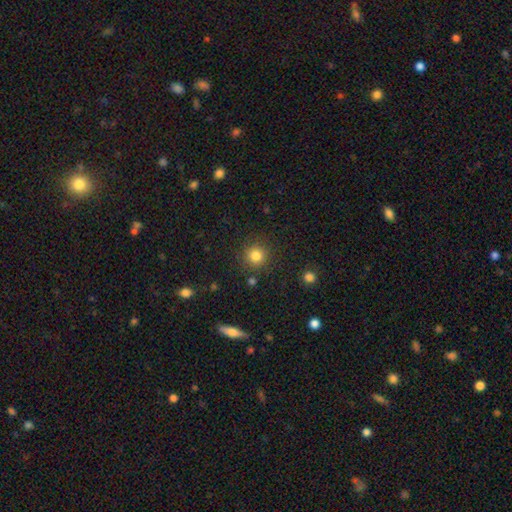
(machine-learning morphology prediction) The model was most divided on "smooth or featured": smooth: 83%, star or artifact: 12%, featured or disk: 5%. More confident: how rounded — round (94%); merging — none (88%).